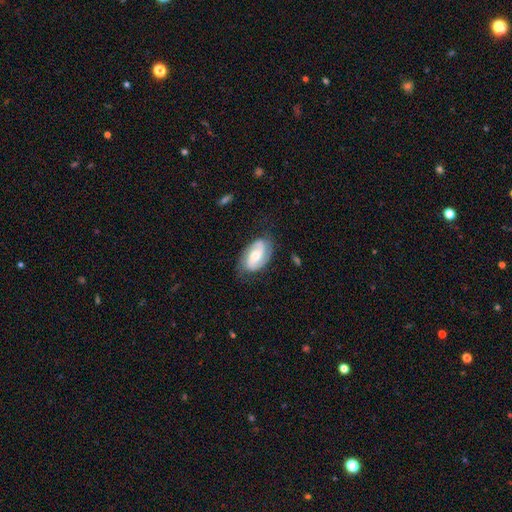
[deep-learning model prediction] smooth-or-featured: featured or disk: 78% | smooth: 17% | star or artifact: 5%
  disk-edge-on: no: 97% | yes: 3%
    bar: no: 41% | weak: 40% | strong: 18%
    has-spiral-arms: yes: 95% | no: 5%
      spiral-winding: medium: 44% | tight: 37% | loose: 18%
      spiral-arm-count: 2: 88% | can't tell: 6% | 1: 3% | 3: 2% | 4: 1% | more than 4: 1%
    bulge-size: moderate: 57% | small: 25% | large: 12% | none: 3% | dominant: 2%
  merging: none: 75% | minor disturbance: 17% | major disturbance: 6% | merger: 1%